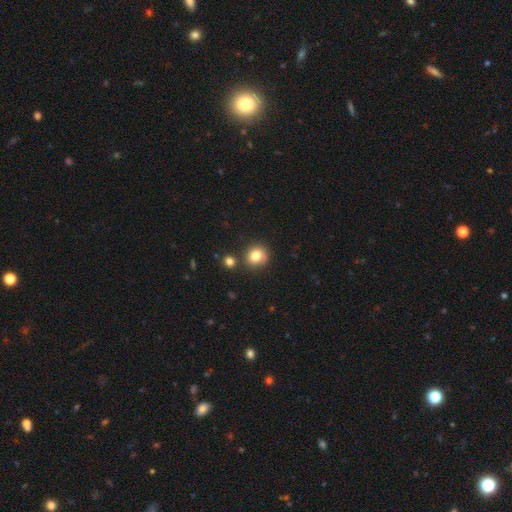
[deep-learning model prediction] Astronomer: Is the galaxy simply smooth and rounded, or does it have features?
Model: smooth — 81%.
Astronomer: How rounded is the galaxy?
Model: round — 85%.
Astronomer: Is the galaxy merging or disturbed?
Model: none — 73%.